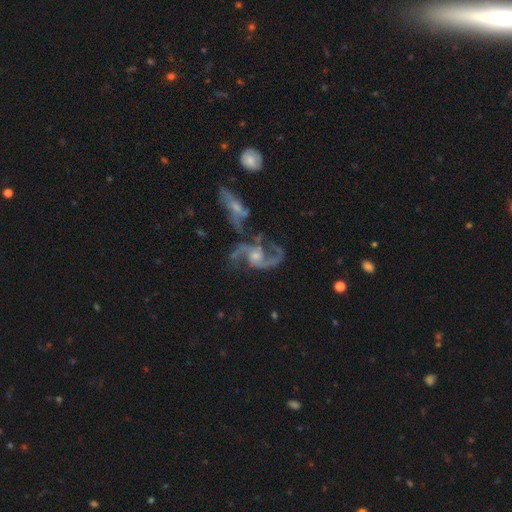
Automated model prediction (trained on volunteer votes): This is clearly a featured or disk galaxy (90%). It is clearly not viewed edge-on (97%). Bar: possibly no (52%). Spiral arm pattern: clearly yes (97%). Spiral arm count: clearly 2 (89%). Spiral winding: possibly medium (50%). Central bulge: possibly moderate (47%). Merging: possibly none (47%).